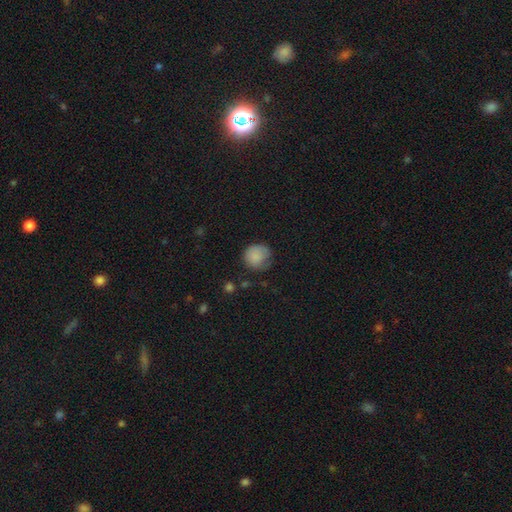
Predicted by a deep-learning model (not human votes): smooth-or-featured: smooth: 83% | featured or disk: 9% | star or artifact: 8%
  how-rounded: round: 85% | in between: 14% | cigar-shaped: 1%
  merging: none: 57% | minor disturbance: 29% | major disturbance: 12% | merger: 2%